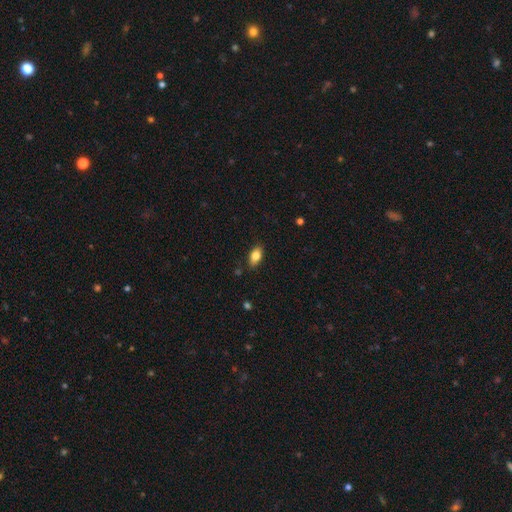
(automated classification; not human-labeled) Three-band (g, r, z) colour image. It shows a smooth galaxy with no disk features (80%) that is in between round and cigar-shaped (88%). Merging: none (83%).